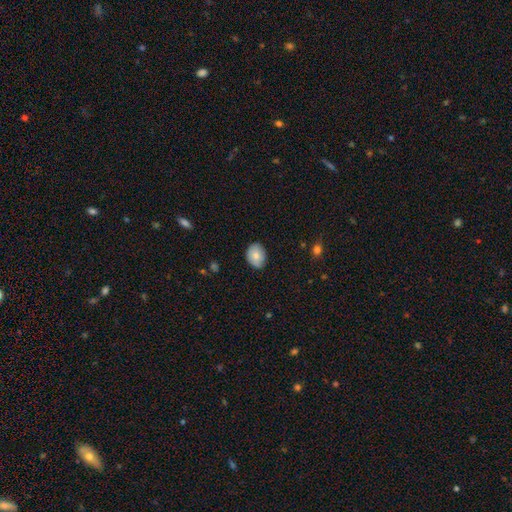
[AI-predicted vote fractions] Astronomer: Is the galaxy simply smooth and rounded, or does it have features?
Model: smooth — 78%.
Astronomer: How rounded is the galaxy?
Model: in between — 57% (runner-up: round, 42%).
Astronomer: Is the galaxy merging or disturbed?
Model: none — 76%.